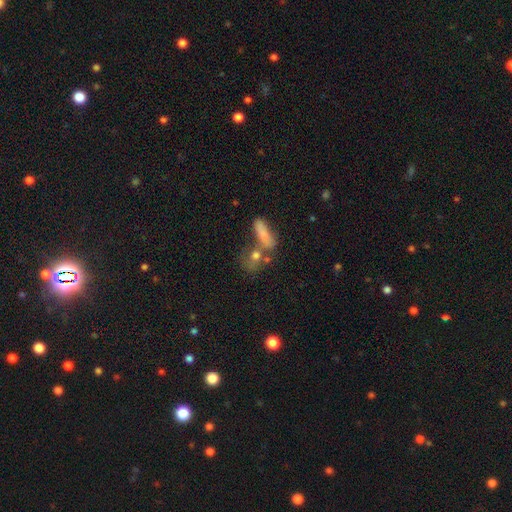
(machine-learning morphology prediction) Smooth or featured: smooth — 69% (featured or disk — 19%)
How rounded: in between — 49% (round — 36%)
Merging: merger — 40% (none — 37%)